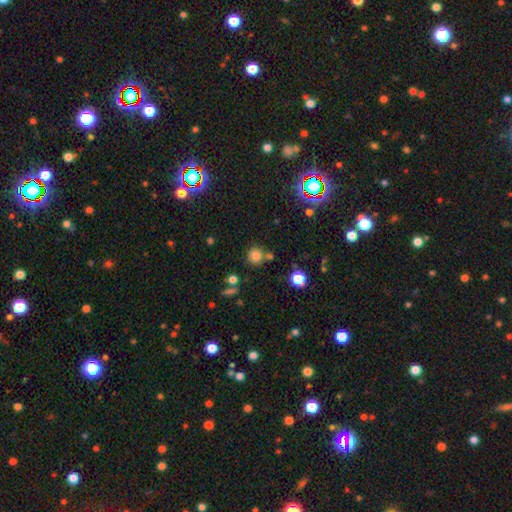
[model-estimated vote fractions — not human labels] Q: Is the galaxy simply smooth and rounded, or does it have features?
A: smooth — 77%.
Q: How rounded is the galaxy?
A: round — 90%.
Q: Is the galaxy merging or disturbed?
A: none — 73%.